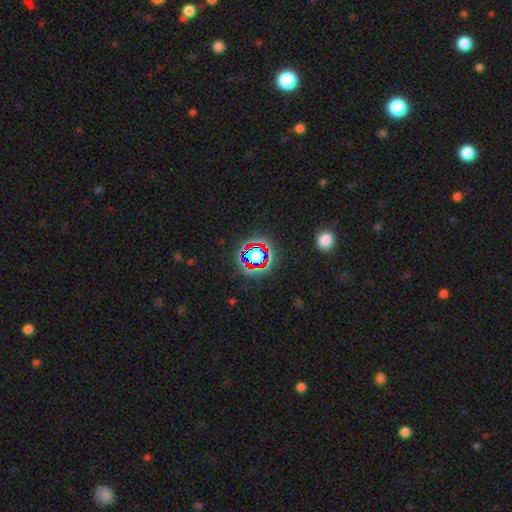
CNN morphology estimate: Smooth or featured?
  - star or artifact: 63% *
  - smooth: 24%
  - featured or disk: 13%